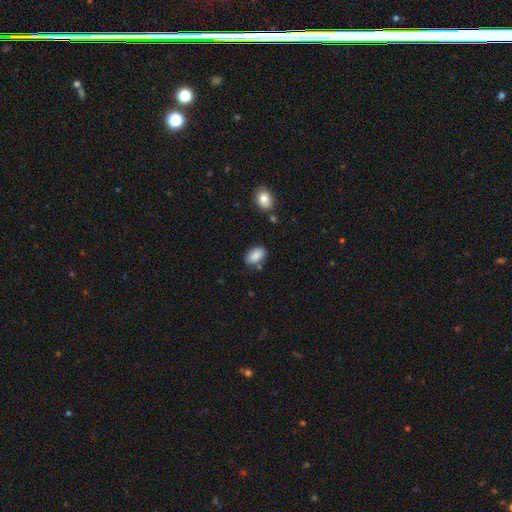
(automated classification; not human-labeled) This is clearly a smooth galaxy (86%). How rounded: clearly in between (91%). Merging: likely none (75%).